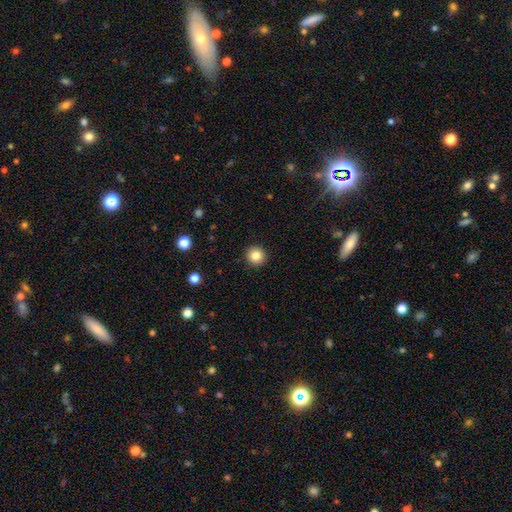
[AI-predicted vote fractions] A smooth galaxy with no disk features (83%) that is round (95%). Merging: none (93%).